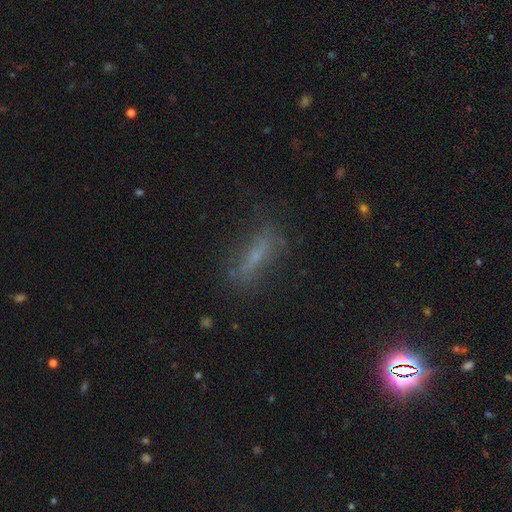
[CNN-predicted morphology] This appears to be a smooth galaxy with no disk features (43%). Merging: none (67%).